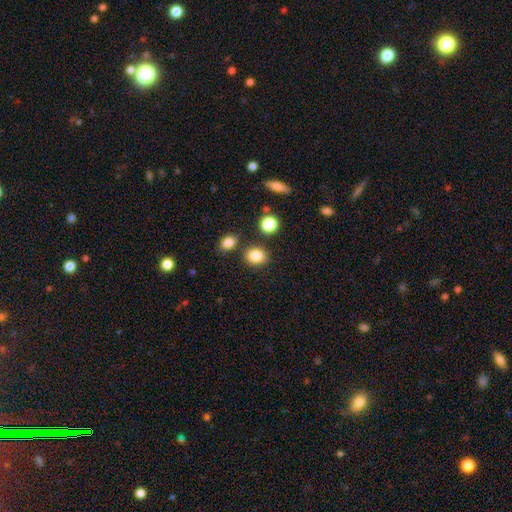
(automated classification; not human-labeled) Overall: smooth (84%). How rounded: round (64%; in between 35%). Merging: none (80%).